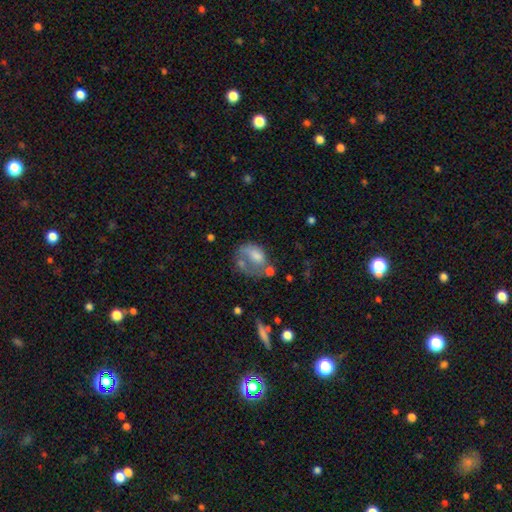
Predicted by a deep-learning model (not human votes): smooth-or-featured: smooth: 48% | featured or disk: 41% | star or artifact: 11%
  merging: major disturbance: 36% | none: 28% | minor disturbance: 20% | merger: 16%